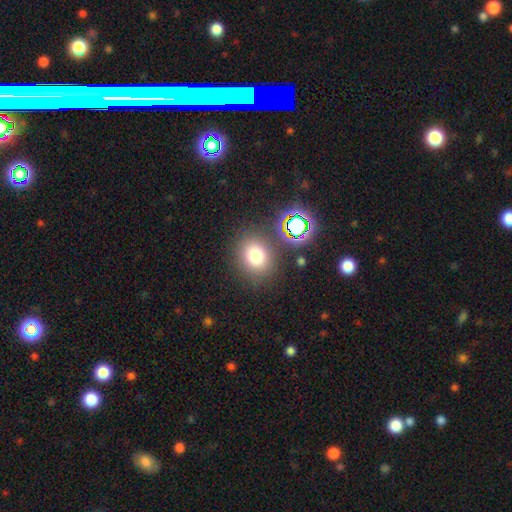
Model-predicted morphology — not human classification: Smooth or featured? smooth (74%)
How rounded? round (73%)
Merging? none (81%)